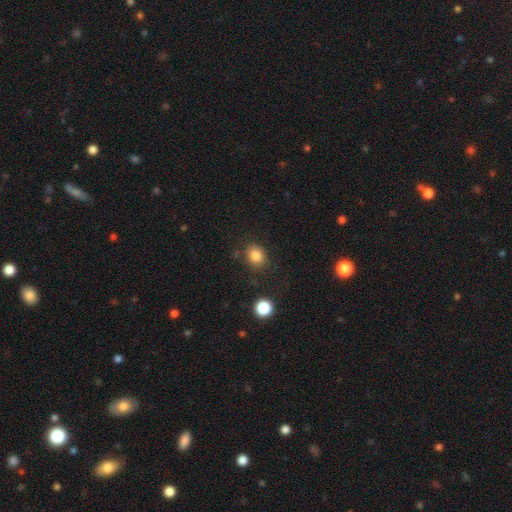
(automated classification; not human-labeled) Smooth or featured: smooth — 83% (star or artifact — 11%)
How rounded: round — 59% (in between — 41%)
Merging: none — 80% (minor disturbance — 12%)